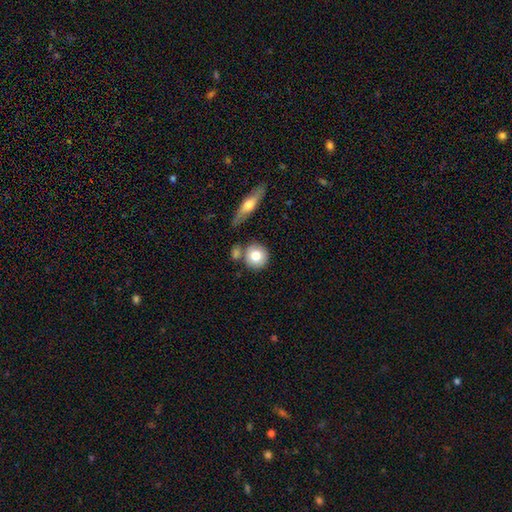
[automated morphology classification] Smooth or featured? Predicted: smooth (p=0.77). How rounded? Predicted: round (p=0.88). Merging? Predicted: none (p=0.70).